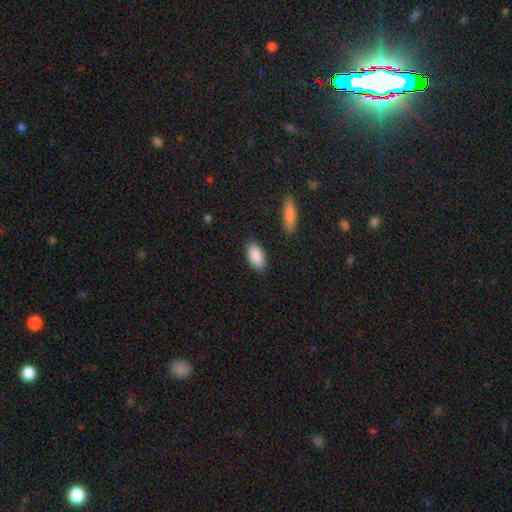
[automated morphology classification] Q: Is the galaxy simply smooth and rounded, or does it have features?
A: smooth — 89%.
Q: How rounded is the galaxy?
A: in between — 91%.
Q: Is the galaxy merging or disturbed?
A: none — 85%.